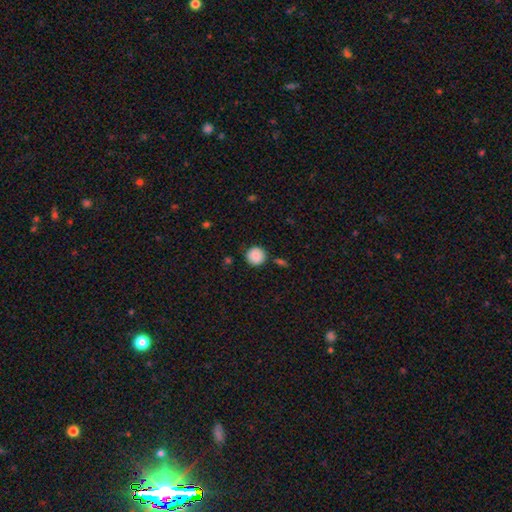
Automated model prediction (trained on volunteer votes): smooth 86%, star or artifact 8%, featured or disk 6%. Down the decision tree: how rounded — round (94%); merging — none (82%).